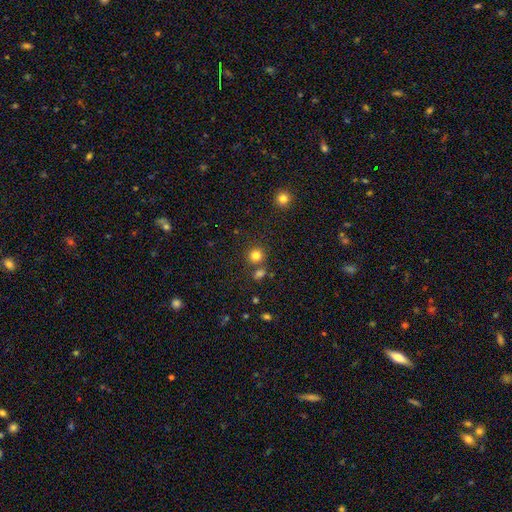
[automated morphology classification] Smooth or featured? Predicted: smooth (p=0.81). How rounded? Predicted: round (p=0.89). Merging? Predicted: none (p=0.77).